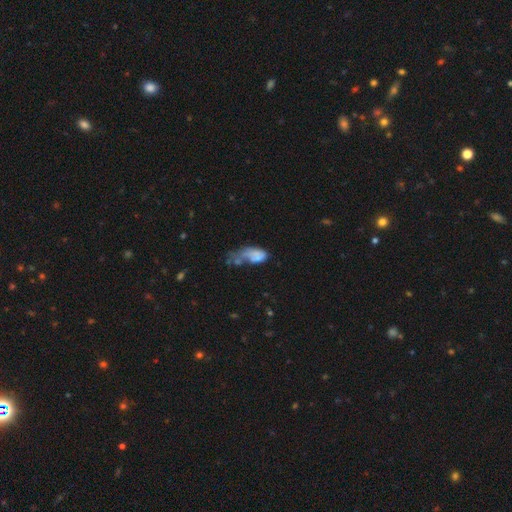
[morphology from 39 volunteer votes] Smooth or featured? smooth (56%)
How rounded? in between (82%)
Merging? major disturbance (42%)